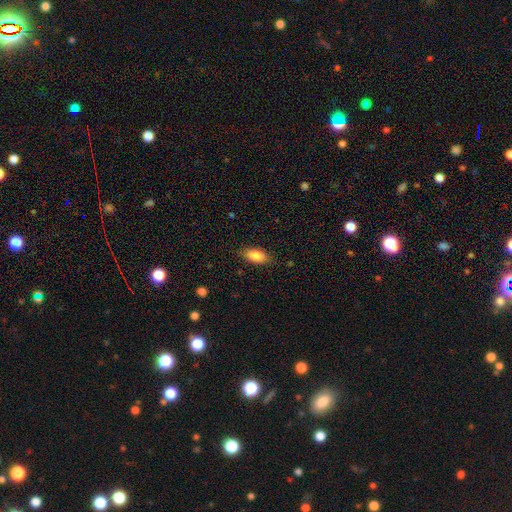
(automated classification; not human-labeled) Smooth or featured?
  - smooth: 87% *
  - star or artifact: 7%
  - featured or disk: 6%
How rounded?
  - in between: 88% *
  - cigar-shaped: 9%
  - round: 3%
Merging?
  - none: 85% *
  - minor disturbance: 11%
  - major disturbance: 3%
  - merger: 1%